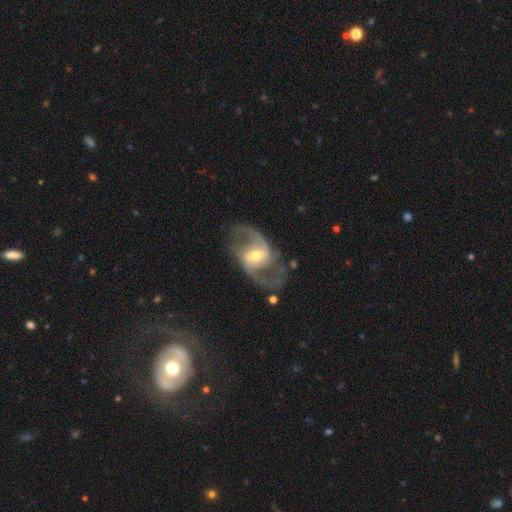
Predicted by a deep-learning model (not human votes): This appears to be a featured or disk galaxy (90%) with a weak bar (44%), 2 (93%) medium (52%) spiral arms (96%) and a moderate central bulge (52%). Merging: none (77%).